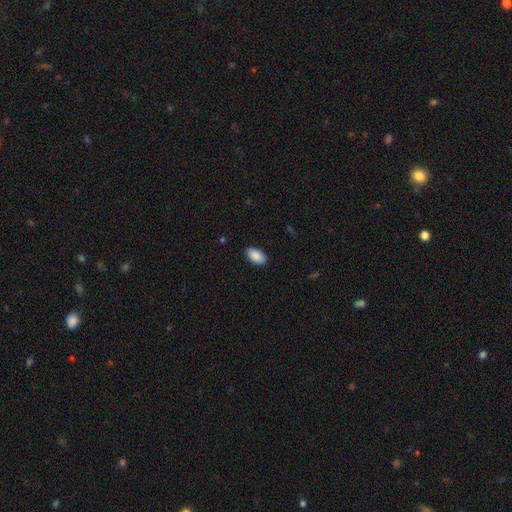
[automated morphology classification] A smooth galaxy with no disk features (89%) that is in between round and cigar-shaped (95%). Merging: none (89%).